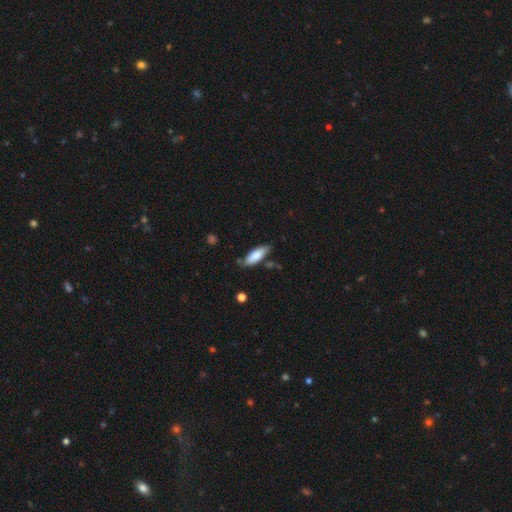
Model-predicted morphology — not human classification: Smooth or featured? Predicted: smooth (p=0.82). How rounded? Predicted: in between (p=0.63). Merging? Predicted: none (p=0.75).